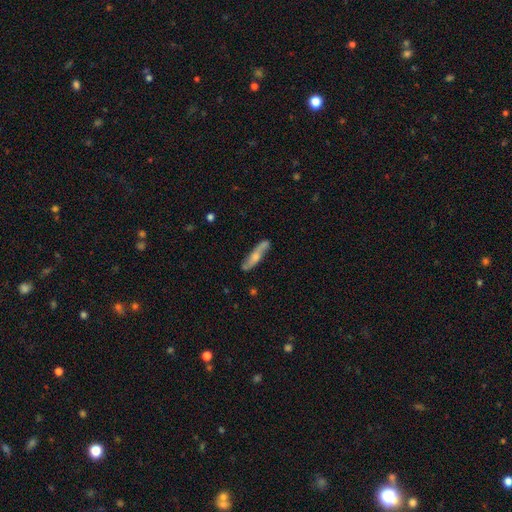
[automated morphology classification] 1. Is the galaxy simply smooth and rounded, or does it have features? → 48% featured or disk, 46% smooth, 6% star or artifact.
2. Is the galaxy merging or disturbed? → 77% none, 16% minor disturbance, 3% major disturbance, 3% merger.